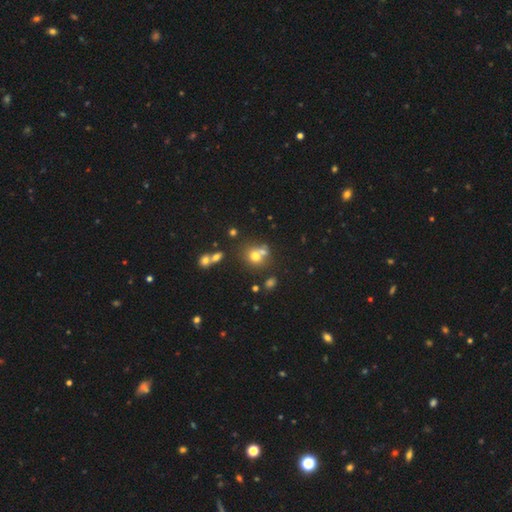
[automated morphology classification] This is likely a smooth galaxy (69%). How rounded: likely round (76%). Merging: possibly none (46%).